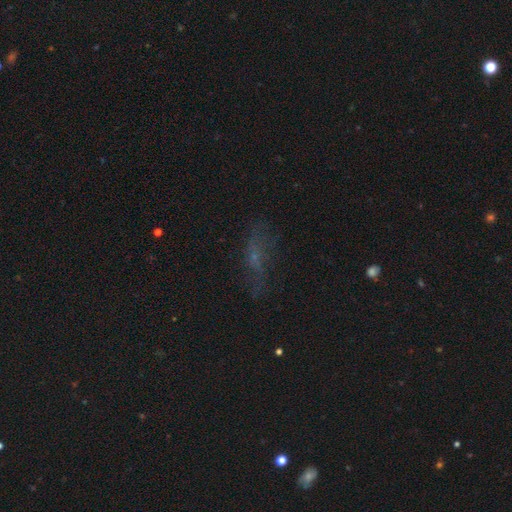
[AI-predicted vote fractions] Overall: smooth (40%; featured or disk 35%). Merging: none (60%; minor disturbance 22%).